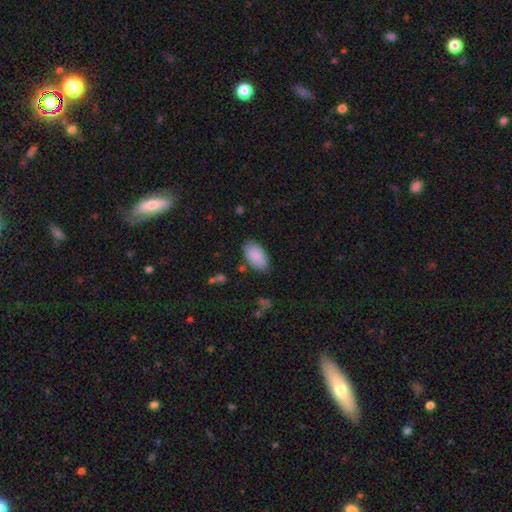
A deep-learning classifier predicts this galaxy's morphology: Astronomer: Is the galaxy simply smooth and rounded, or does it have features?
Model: smooth — 87%.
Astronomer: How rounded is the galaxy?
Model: in between — 95%.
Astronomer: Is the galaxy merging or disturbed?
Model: none — 79%.